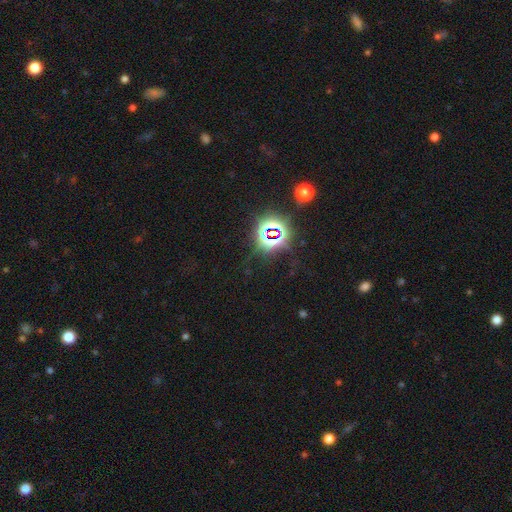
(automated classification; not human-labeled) Morphology: type=star or artifact (81%).